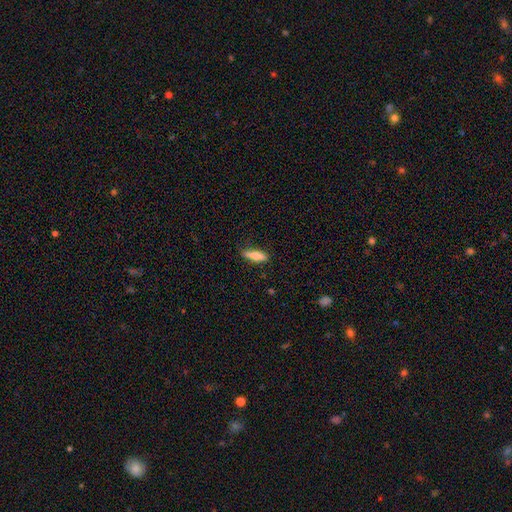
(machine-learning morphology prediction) This is likely a smooth galaxy (68%). How rounded: likely cigar-shaped (62%). Merging: clearly none (83%).